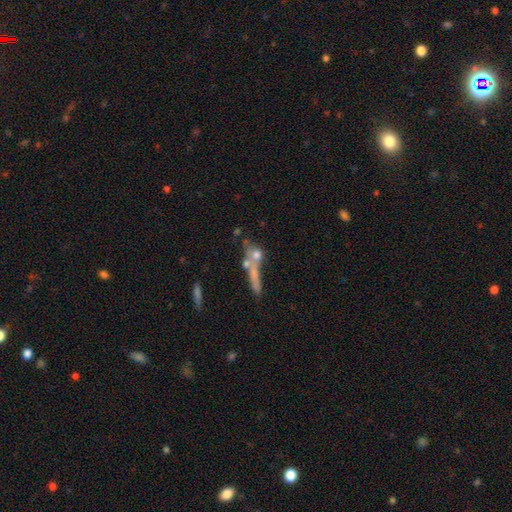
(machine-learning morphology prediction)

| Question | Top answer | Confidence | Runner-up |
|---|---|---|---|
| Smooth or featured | smooth | 53% | featured or disk (34%) |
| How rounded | round | 40% | cigar-shaped (35%) |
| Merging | merger | 41% | none (34%) |